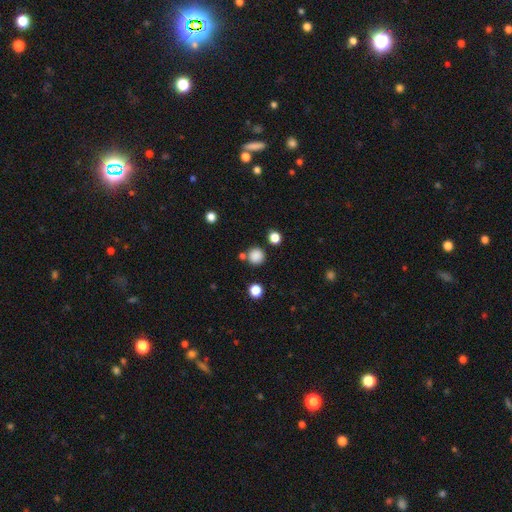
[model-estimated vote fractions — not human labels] Smooth or featured? smooth (84%)
How rounded? round (94%)
Merging? none (81%)